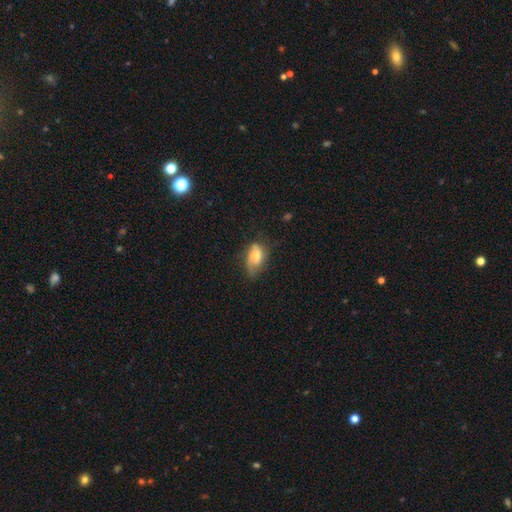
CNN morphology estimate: Smooth or featured?
  - smooth: 62% *
  - featured or disk: 30%
  - star or artifact: 8%
How rounded?
  - in between: 88% *
  - round: 8%
  - cigar-shaped: 4%
Merging?
  - none: 49% *
  - minor disturbance: 35%
  - major disturbance: 13%
  - merger: 2%